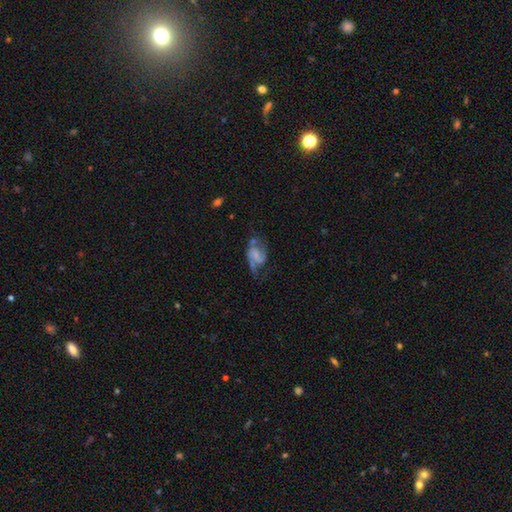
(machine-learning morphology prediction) The model was most divided on "bulge size": small: 40%, none: 38%, moderate: 16%, large: 4%, dominant: 2%. Remaining: edge-on disk — no (97%); spiral arms — yes (86%); spiral arm count — 2 (80%); smooth or featured — featured or disk (67%); bar — no (49%); spiral winding — loose (48%); merging — none (37%).